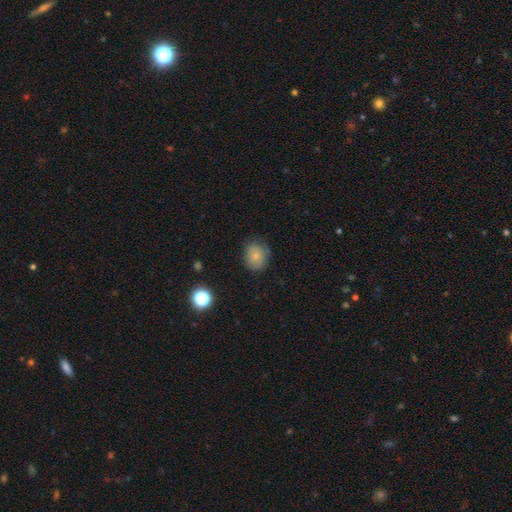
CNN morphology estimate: A smooth galaxy with no disk features (80%) that is round (63%). Merging: none (74%).